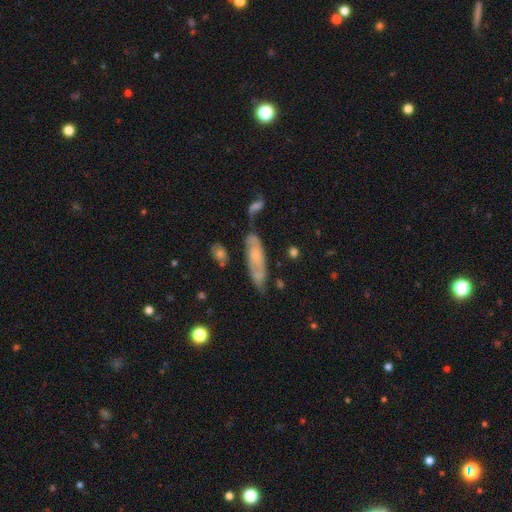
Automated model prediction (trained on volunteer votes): Q: Smooth or featured?
A: featured or disk (55%); runner-up: smooth (38%)
Q: Edge-on disk?
A: no (73%); runner-up: yes (27%)
Q: Merging?
A: none (53%); runner-up: minor disturbance (25%)